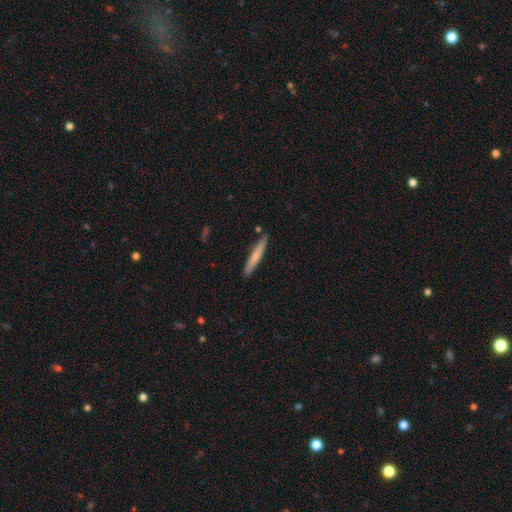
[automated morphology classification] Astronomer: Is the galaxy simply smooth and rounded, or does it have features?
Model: smooth — 68%.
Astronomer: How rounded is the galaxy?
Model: cigar-shaped — 95%.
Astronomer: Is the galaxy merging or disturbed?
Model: none — 88%.